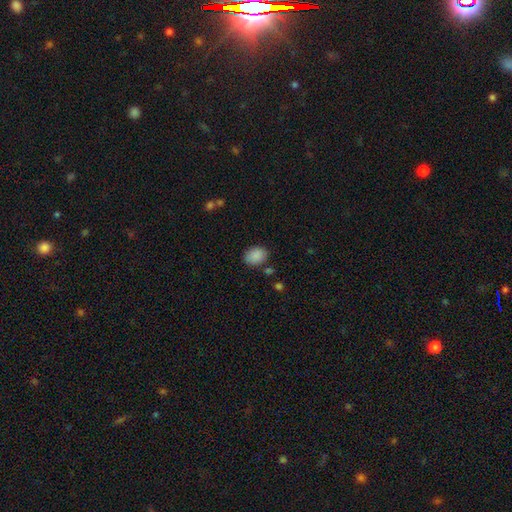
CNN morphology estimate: smooth_or_featured: smooth (p=0.89) [alt: star or artifact p=0.08]
how_rounded: in between (p=0.68) [alt: round p=0.31]
merging: none (p=0.80) [alt: minor disturbance p=0.12]